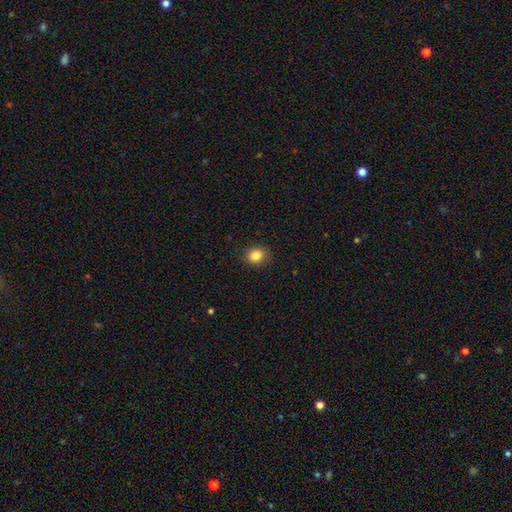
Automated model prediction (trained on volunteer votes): Q: Smooth or featured?
A: smooth (84%); runner-up: star or artifact (11%)
Q: How rounded?
A: round (71%); runner-up: in between (28%)
Q: Merging?
A: none (87%); runner-up: minor disturbance (10%)